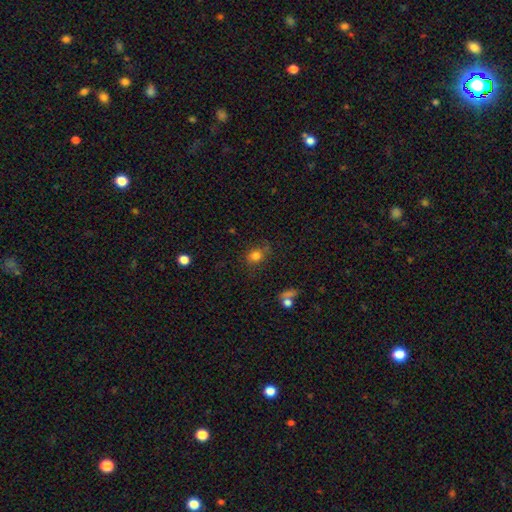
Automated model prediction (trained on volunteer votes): Smooth or featured? smooth (78%)
How rounded? round (63%)
Merging? none (67%)